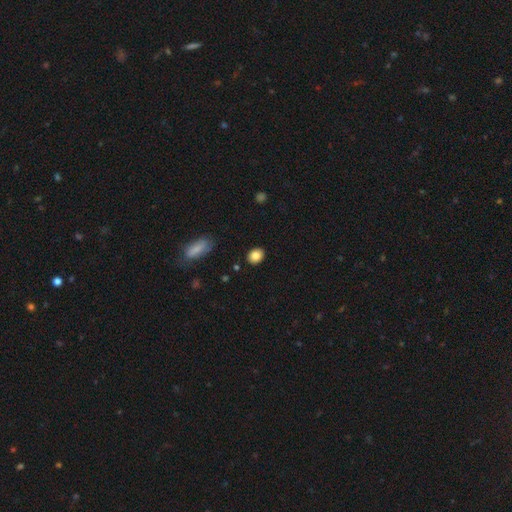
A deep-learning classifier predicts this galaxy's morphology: Smooth or featured: smooth — 84% (star or artifact — 9%)
How rounded: in between — 54% (round — 45%)
Merging: none — 88% (minor disturbance — 9%)